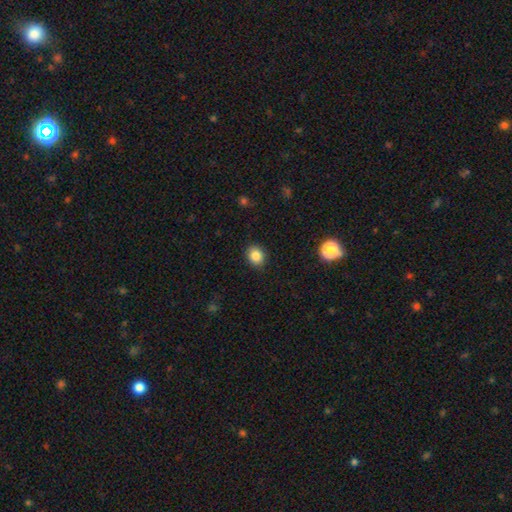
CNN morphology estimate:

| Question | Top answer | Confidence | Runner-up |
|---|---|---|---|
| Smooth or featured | smooth | 85% | star or artifact (10%) |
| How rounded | round | 62% | in between (37%) |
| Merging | none | 89% | minor disturbance (8%) |